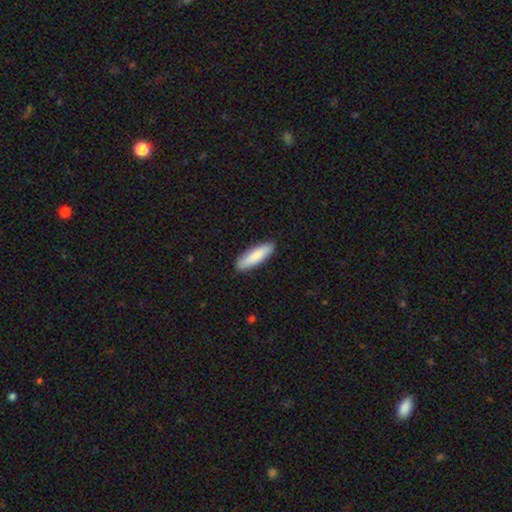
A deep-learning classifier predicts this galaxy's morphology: Q: Smooth or featured?
A: smooth (85%); runner-up: featured or disk (10%)
Q: How rounded?
A: cigar-shaped (62%); runner-up: in between (37%)
Q: Merging?
A: none (89%); runner-up: minor disturbance (8%)